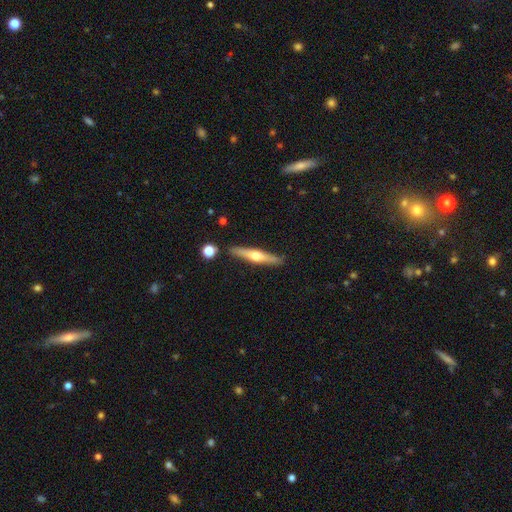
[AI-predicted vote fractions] Morphology: type=featured or disk (59%); edge-on=yes (95%); edge-on bulge=rounded (90%); merging=none (86%).